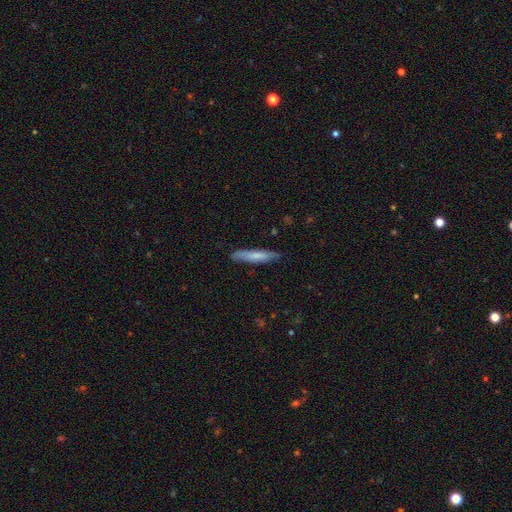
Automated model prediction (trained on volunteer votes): A smooth galaxy with no disk features (69%) that is cigar-shaped (91%). Merging: none (84%).